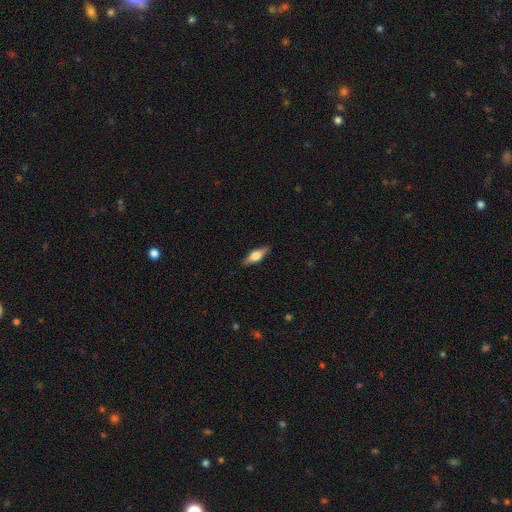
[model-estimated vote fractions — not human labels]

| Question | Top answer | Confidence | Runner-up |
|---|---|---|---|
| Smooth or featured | smooth | 57% | featured or disk (37%) |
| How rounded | in between | 59% | cigar-shaped (38%) |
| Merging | none | 87% | minor disturbance (10%) |